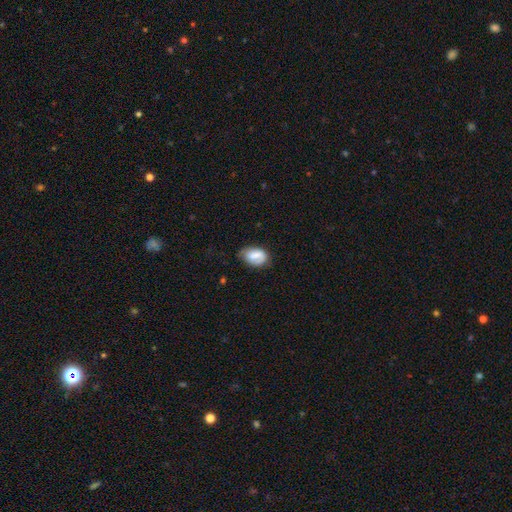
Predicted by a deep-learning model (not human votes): Q: Smooth or featured?
A: smooth (70%); runner-up: featured or disk (23%)
Q: How rounded?
A: in between (84%); runner-up: round (14%)
Q: Merging?
A: none (58%); runner-up: minor disturbance (31%)